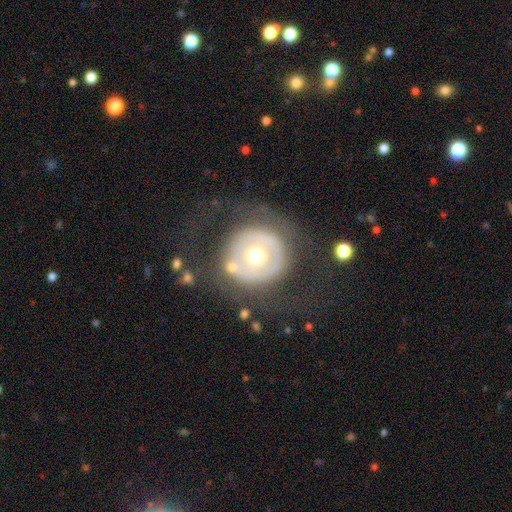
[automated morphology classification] Overall: featured or disk (56%; smooth 37%). Edge-on disk: no (96%). Bar: no (84%). Spiral arms: no (86%). Bulge size: moderate (66%). Merging: none (66%).